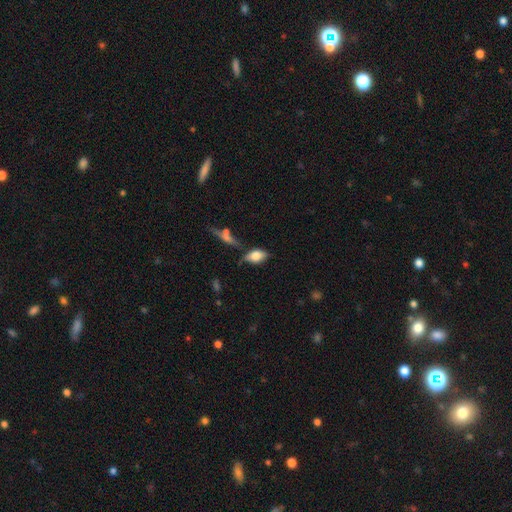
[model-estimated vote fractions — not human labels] A smooth galaxy with no disk features (71%) that is in between round and cigar-shaped (87%).

Vote fractions:
- Smooth or featured? smooth: 71% / featured or disk: 21% / star or artifact: 9%
- How rounded? in between: 87% / cigar-shaped: 7% / round: 6%
- Merging? none: 55% / minor disturbance: 25% / merger: 10% / major disturbance: 10%